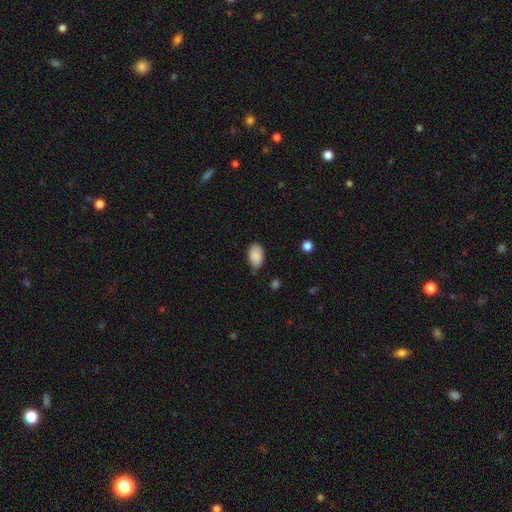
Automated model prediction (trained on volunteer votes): smooth 88%, star or artifact 7%, featured or disk 5%. Down the decision tree: how rounded — in between (92%); merging — none (75%).